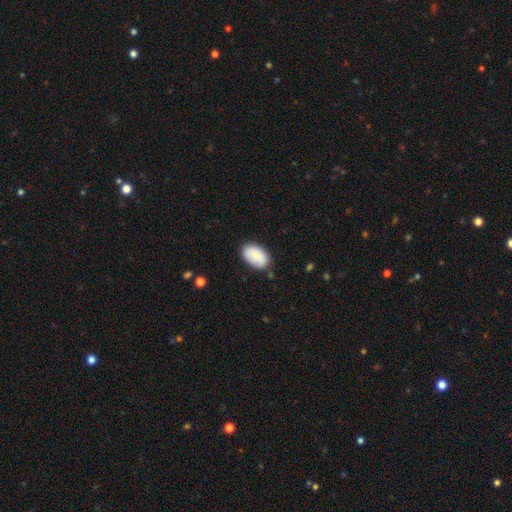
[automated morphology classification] This appears to be a smooth galaxy with no disk features (83%) that is in between round and cigar-shaped (93%). Merging: none (80%).